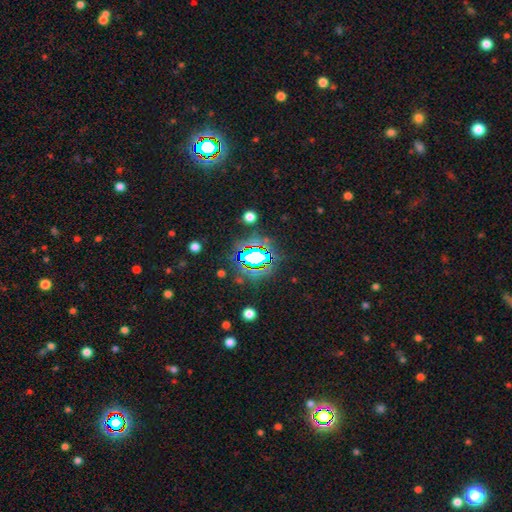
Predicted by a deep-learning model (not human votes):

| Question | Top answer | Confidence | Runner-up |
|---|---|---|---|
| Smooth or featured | star or artifact | 65% | smooth (23%) |